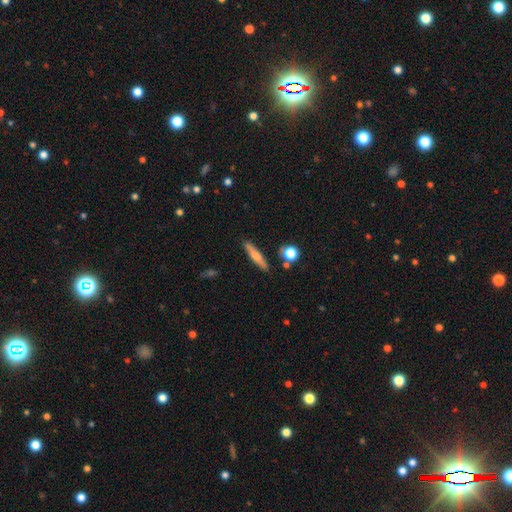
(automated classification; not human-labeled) smooth 56%, featured or disk 37%, star or artifact 7%. Down the decision tree: how rounded — cigar-shaped (85%); merging — none (85%).